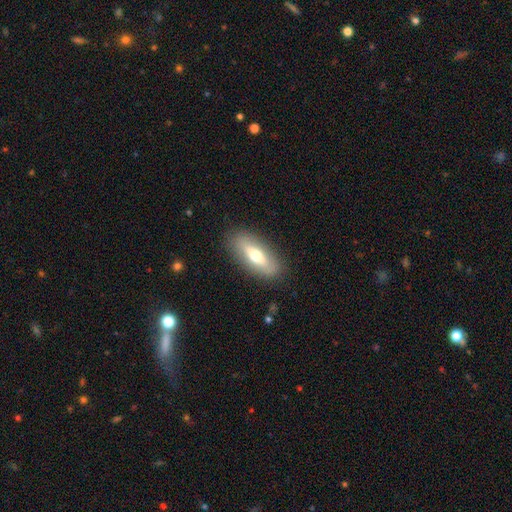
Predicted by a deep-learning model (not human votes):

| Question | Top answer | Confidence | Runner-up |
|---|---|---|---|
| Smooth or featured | smooth | 58% | featured or disk (36%) |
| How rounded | in between | 73% | cigar-shaped (24%) |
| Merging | none | 86% | minor disturbance (10%) |